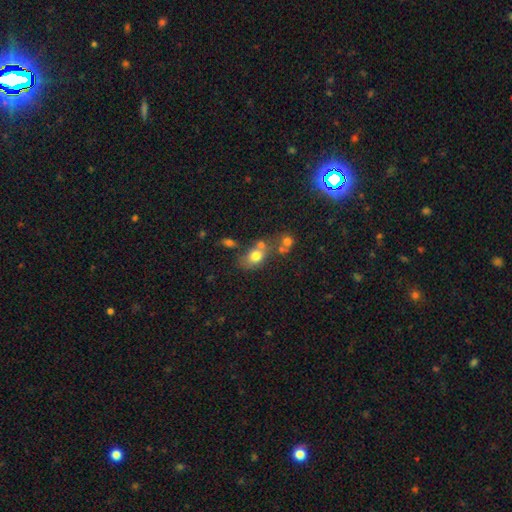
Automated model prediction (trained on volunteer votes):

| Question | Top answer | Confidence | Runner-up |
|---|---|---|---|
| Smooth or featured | smooth | 74% | featured or disk (15%) |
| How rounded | in between | 61% | round (37%) |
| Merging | none | 42% | merger (35%) |